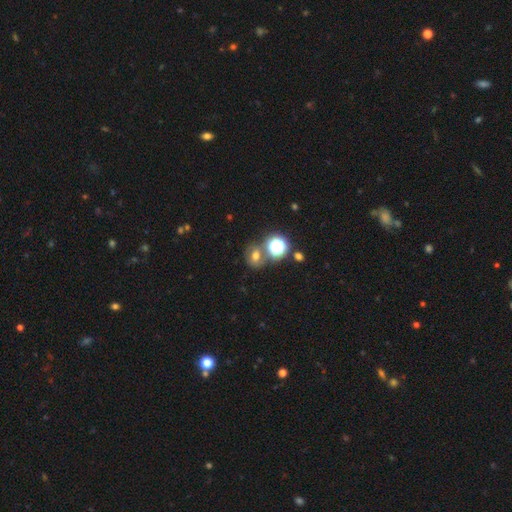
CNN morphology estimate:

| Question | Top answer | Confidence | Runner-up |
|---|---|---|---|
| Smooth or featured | smooth | 53% | star or artifact (26%) |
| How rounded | round | 59% | in between (40%) |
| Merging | none | 60% | merger (22%) |